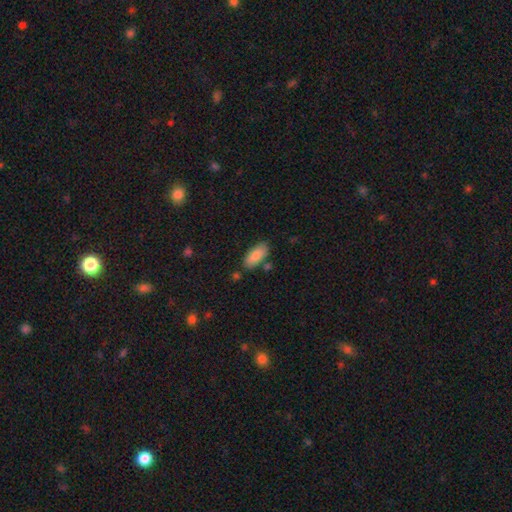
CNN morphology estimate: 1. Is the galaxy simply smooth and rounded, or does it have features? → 86% smooth, 8% featured or disk, 6% star or artifact.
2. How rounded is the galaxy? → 87% in between, 11% cigar-shaped, 2% round.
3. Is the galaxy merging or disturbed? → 78% none, 13% minor disturbance, 6% merger, 3% major disturbance.